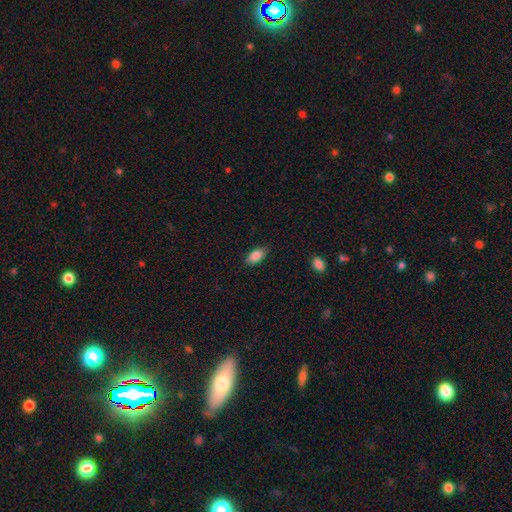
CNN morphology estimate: Overall: smooth (87%). How rounded: in between (91%). Merging: none (84%).